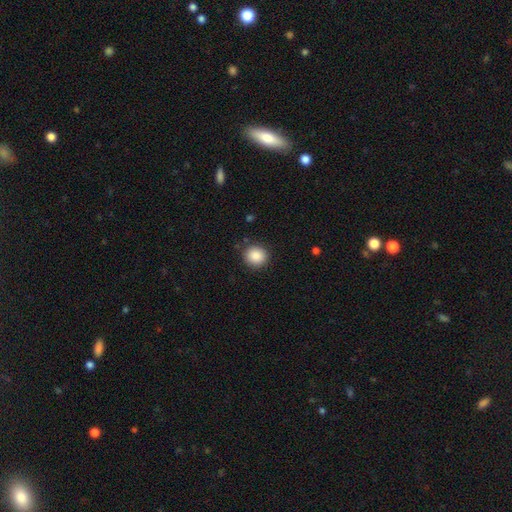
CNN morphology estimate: smooth-or-featured: smooth: 88% | star or artifact: 9% | featured or disk: 4%
  how-rounded: round: 86% | in between: 13% | cigar-shaped: 1%
  merging: none: 88% | minor disturbance: 8% | major disturbance: 3% | merger: 1%